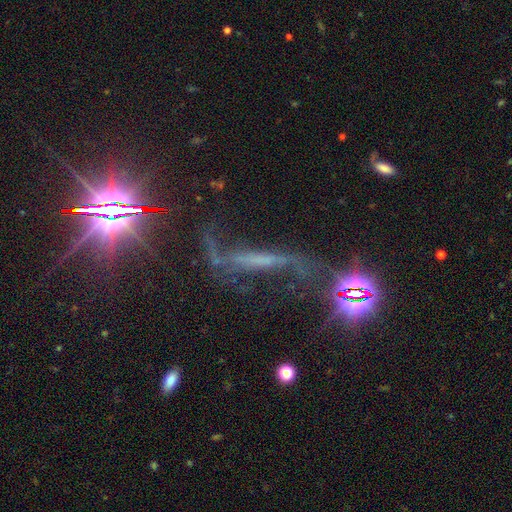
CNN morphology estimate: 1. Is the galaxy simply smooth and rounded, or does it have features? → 56% featured or disk, 30% star or artifact, 14% smooth.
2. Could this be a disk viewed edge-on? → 59% no, 41% yes.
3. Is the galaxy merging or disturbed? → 48% none, 25% major disturbance, 19% minor disturbance, 7% merger.